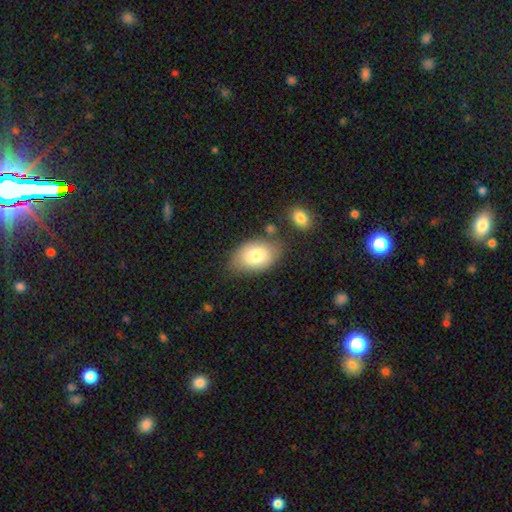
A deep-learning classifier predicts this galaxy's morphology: Smooth or featured?
  - smooth: 80% *
  - featured or disk: 13%
  - star or artifact: 7%
How rounded?
  - in between: 91% *
  - round: 7%
  - cigar-shaped: 1%
Merging?
  - none: 68% *
  - minor disturbance: 18%
  - merger: 9%
  - major disturbance: 5%